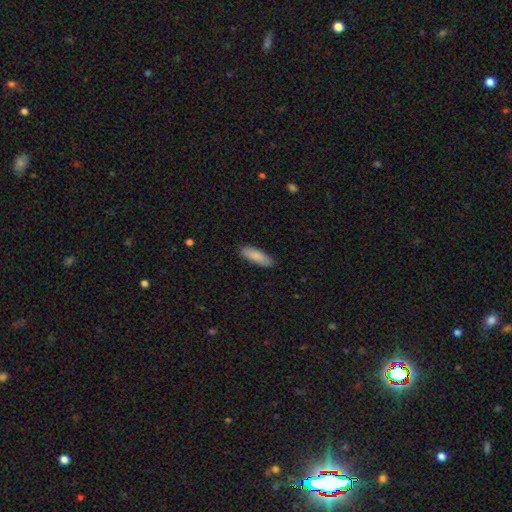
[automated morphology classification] A smooth galaxy with no disk features (87%) that is in between round and cigar-shaped (60%).

Vote fractions:
- Smooth or featured? smooth: 87% / featured or disk: 7% / star or artifact: 6%
- How rounded? in between: 60% / cigar-shaped: 38% / round: 2%
- Merging? none: 86% / minor disturbance: 11% / major disturbance: 2% / merger: 1%